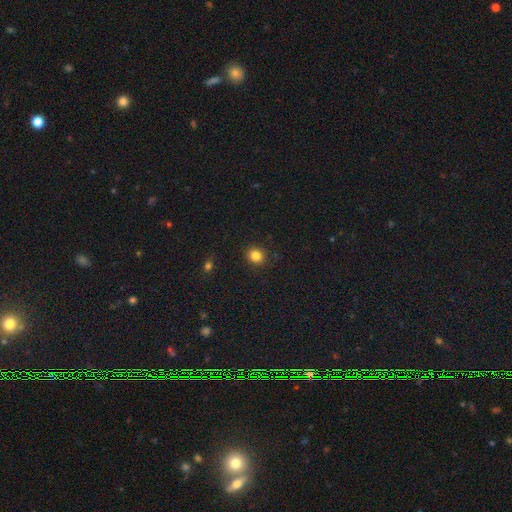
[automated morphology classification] A smooth galaxy with no disk features (84%) that is round (79%).

Vote fractions:
- Smooth or featured? smooth: 84% / star or artifact: 11% / featured or disk: 4%
- How rounded? round: 79% / in between: 20% / cigar-shaped: 1%
- Merging? none: 90% / minor disturbance: 7% / major disturbance: 2% / merger: 1%